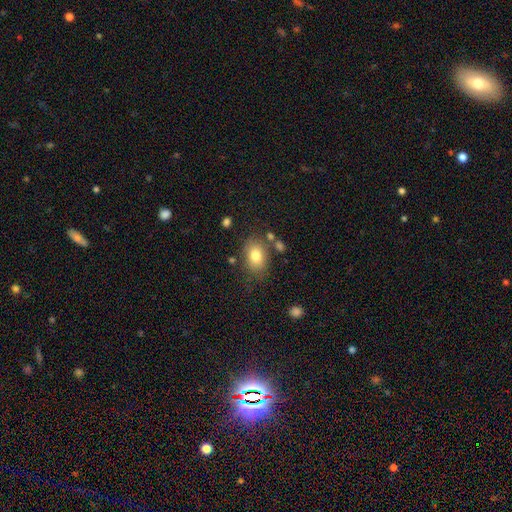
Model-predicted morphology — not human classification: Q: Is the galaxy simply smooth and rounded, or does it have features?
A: smooth — 79%.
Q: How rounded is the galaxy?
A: in between — 73%.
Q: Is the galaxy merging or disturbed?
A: none — 72%.